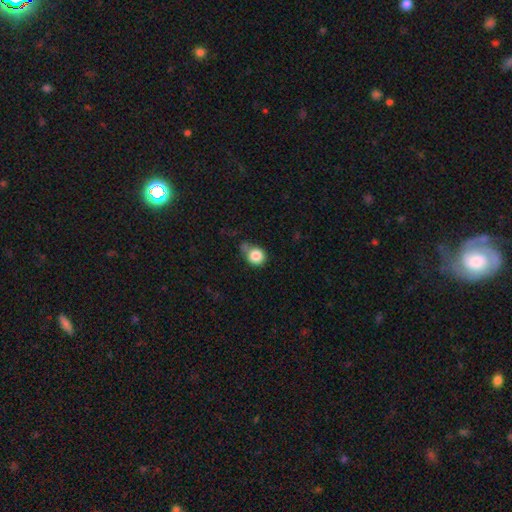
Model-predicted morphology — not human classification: Overall: smooth (84%). How rounded: round (83%). Merging: none (47%; minor disturbance 29%).